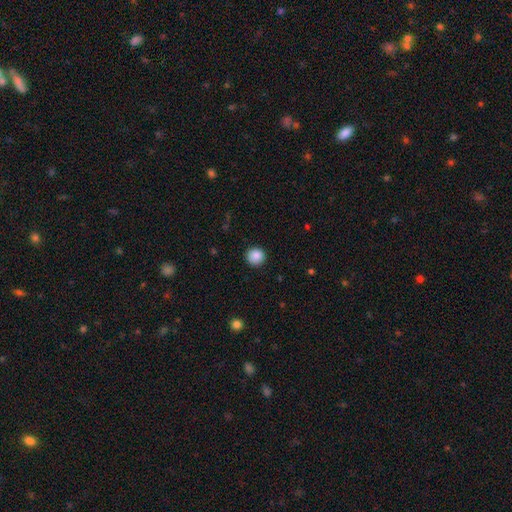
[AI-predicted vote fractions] Smooth or featured? smooth (88%)
How rounded? round (93%)
Merging? none (91%)